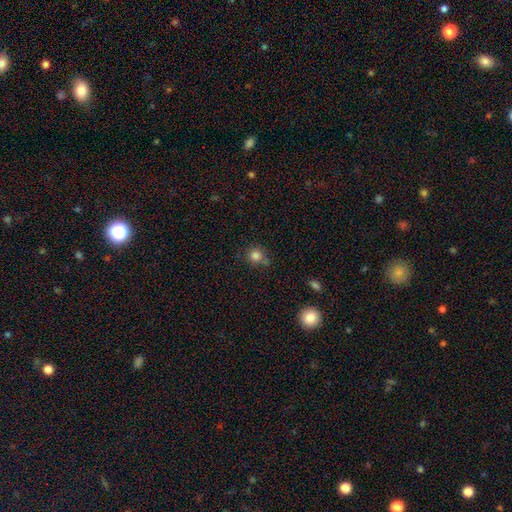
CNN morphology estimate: Smooth or featured? smooth (82%)
How rounded? round (91%)
Merging? none (67%)